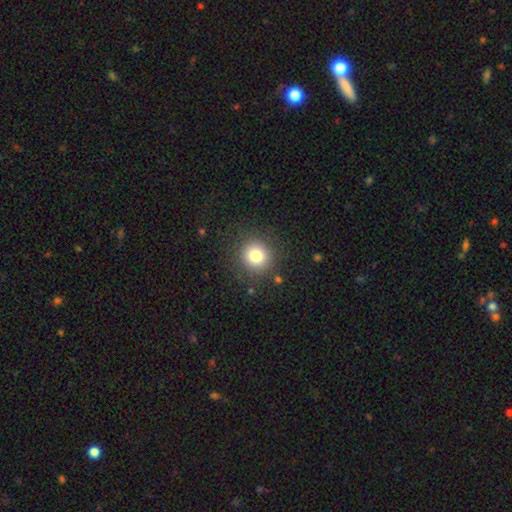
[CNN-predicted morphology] A smooth galaxy with no disk features (79%) that is round (92%).

Vote fractions:
- Smooth or featured? smooth: 79% / star or artifact: 13% / featured or disk: 8%
- How rounded? round: 92% / in between: 7% / cigar-shaped: 1%
- Merging? none: 88% / minor disturbance: 7% / major disturbance: 3% / merger: 1%